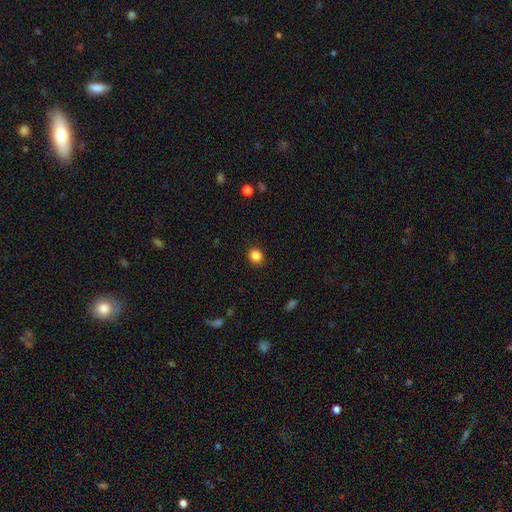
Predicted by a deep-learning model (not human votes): Morphology: type=smooth (86%); roundness=round (85%); merging=none (91%).